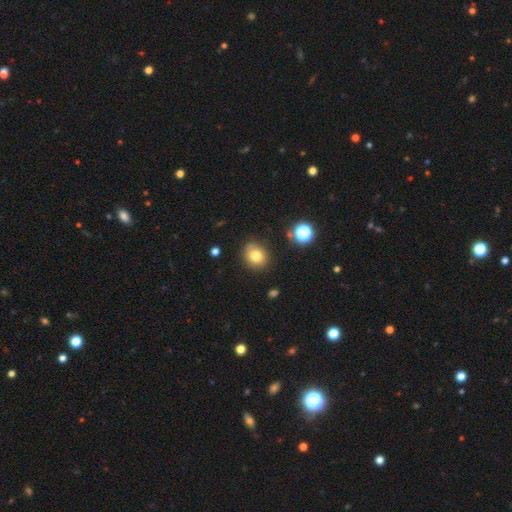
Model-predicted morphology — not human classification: Smooth or featured? Predicted: smooth (p=0.77). How rounded? Predicted: round (p=0.77). Merging? Predicted: none (p=0.82).